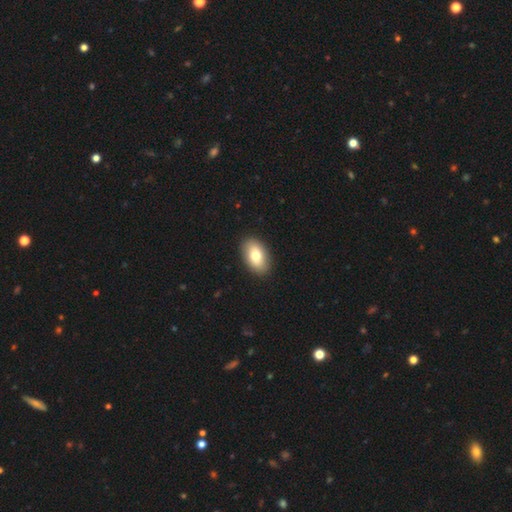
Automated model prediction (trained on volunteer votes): A smooth galaxy with no disk features (77%) that is in between round and cigar-shaped (92%). Merging: none (90%).